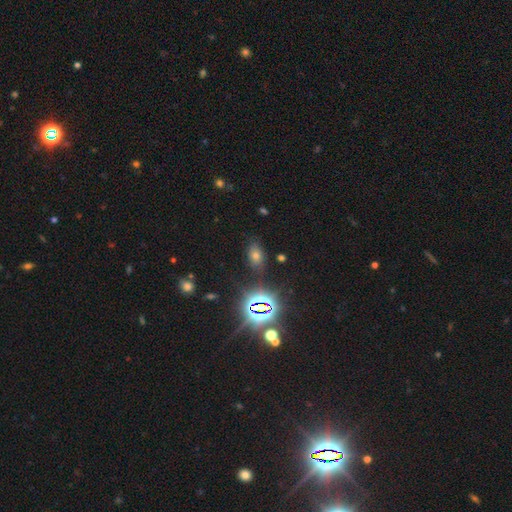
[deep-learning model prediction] Smooth or featured: smooth — 45% (star or artifact — 44%)
Merging: none — 82% (minor disturbance — 11%)